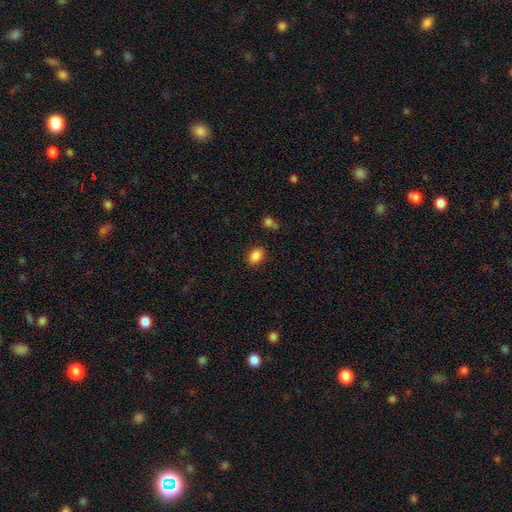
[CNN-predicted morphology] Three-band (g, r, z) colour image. It shows a smooth galaxy with no disk features (87%) that is in between round and cigar-shaped (86%). Merging: none (86%).